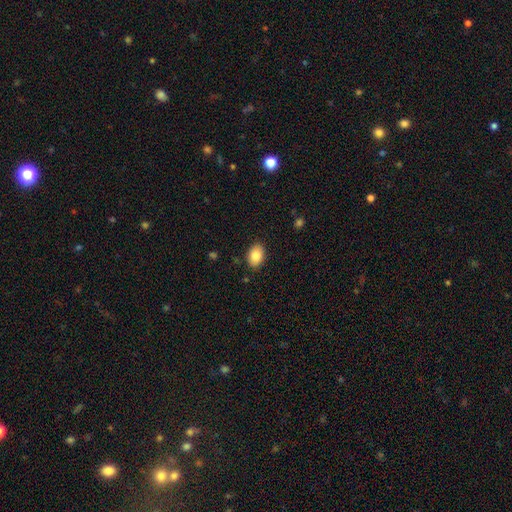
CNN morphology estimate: type=smooth (85%); roundness=in between (82%); merging=none (88%).